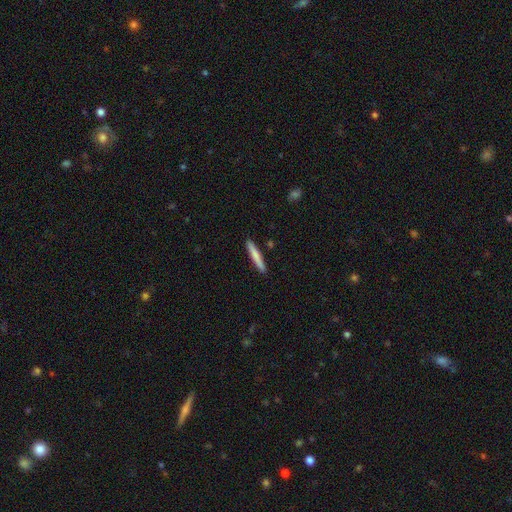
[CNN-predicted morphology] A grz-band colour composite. It shows a smooth galaxy with no disk features (72%) that is cigar-shaped (95%). Merging: none (91%).